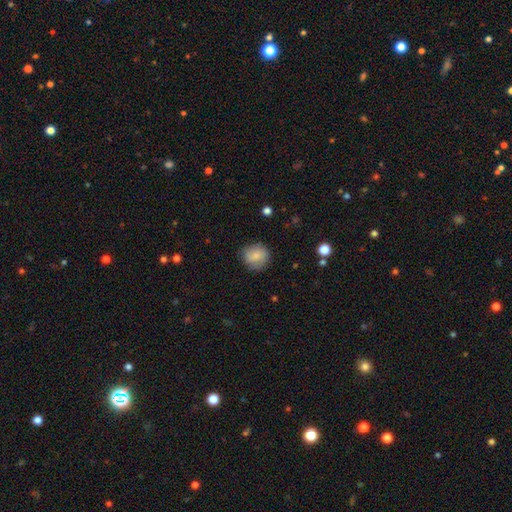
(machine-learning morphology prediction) Smooth or featured: smooth — 80% (featured or disk — 13%)
How rounded: round — 83% (in between — 16%)
Merging: none — 80% (minor disturbance — 15%)